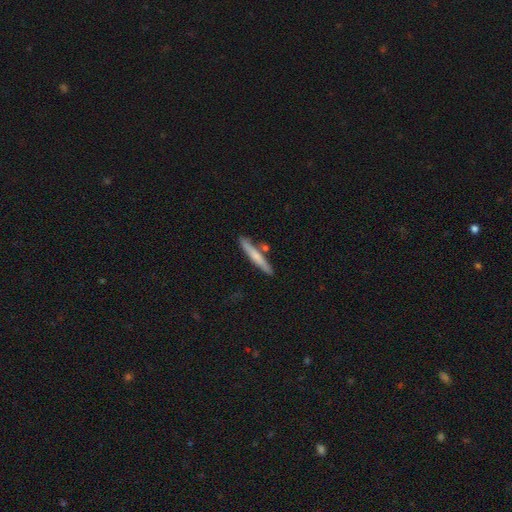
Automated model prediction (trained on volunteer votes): smooth-or-featured: smooth: 61% | featured or disk: 33% | star or artifact: 5%
  how-rounded: cigar-shaped: 95% | in between: 4% | round: 1%
  merging: none: 81% | minor disturbance: 10% | merger: 7% | major disturbance: 2%